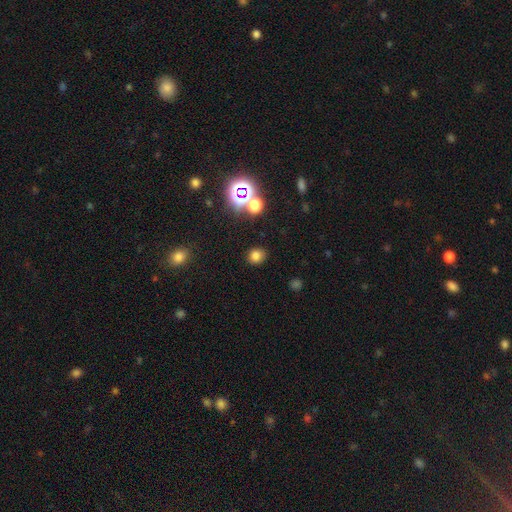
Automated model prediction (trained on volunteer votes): smooth 74%, star or artifact 20%, featured or disk 6%. Down the decision tree: how rounded — round (76%); merging — none (87%).